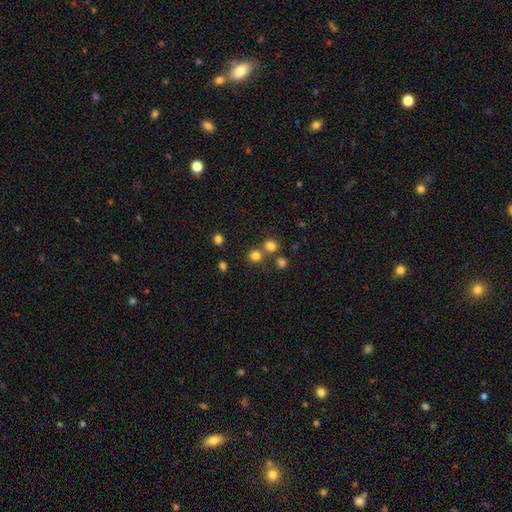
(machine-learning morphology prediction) type=smooth (78%); roundness=round (87%); merging=none (66%).